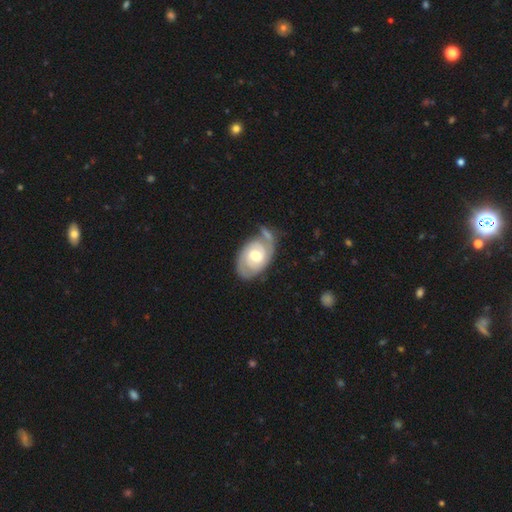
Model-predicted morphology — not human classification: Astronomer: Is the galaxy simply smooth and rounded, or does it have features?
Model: featured or disk — 74%.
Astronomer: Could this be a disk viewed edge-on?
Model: no — 96%.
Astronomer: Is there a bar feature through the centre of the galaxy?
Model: no — 65%.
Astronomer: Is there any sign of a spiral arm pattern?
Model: yes — 88%.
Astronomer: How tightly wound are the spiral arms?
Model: tight — 62%.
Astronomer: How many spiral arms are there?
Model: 2 — 66%.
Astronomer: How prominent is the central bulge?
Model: moderate — 71%.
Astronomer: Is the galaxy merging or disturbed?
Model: none — 52%.